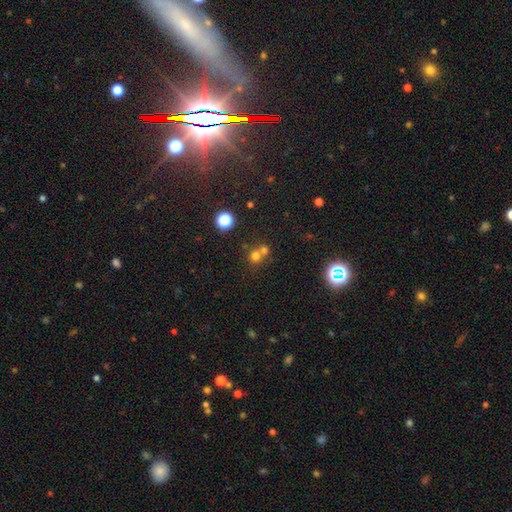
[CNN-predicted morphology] Smooth or featured?
  - smooth: 70% *
  - star or artifact: 20%
  - featured or disk: 11%
How rounded?
  - round: 87% *
  - in between: 12%
  - cigar-shaped: 1%
Merging?
  - none: 46% * (tied)
  - merger: 46% * (tied)
  - minor disturbance: 6%
  - major disturbance: 3%